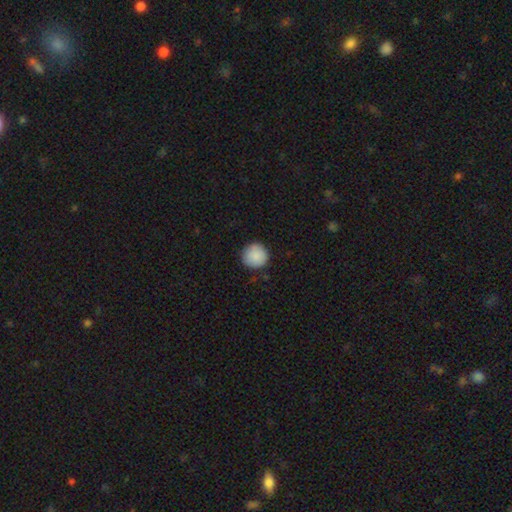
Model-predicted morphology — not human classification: A smooth galaxy with no disk features (88%) that is round (94%). Merging: none (85%).